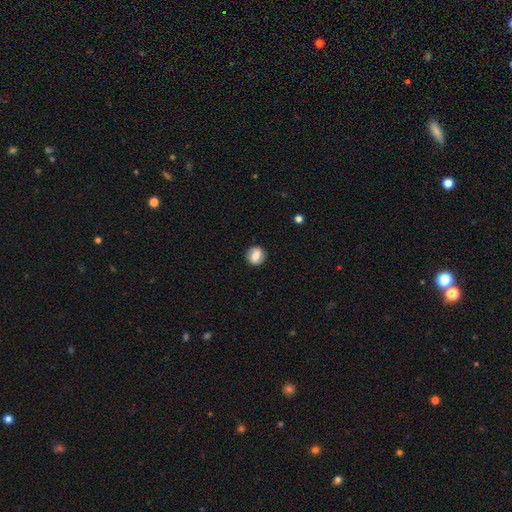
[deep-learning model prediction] Morphology: type=smooth (62%); roundness=round (75%); merging=none (85%).